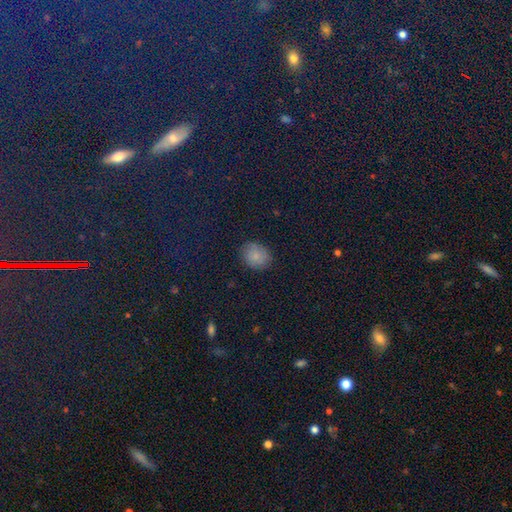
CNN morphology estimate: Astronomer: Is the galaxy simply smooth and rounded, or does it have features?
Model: smooth — 78%.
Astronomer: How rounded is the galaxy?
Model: round — 57% (runner-up: in between, 41%).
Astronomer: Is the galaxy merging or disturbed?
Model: none — 85%.